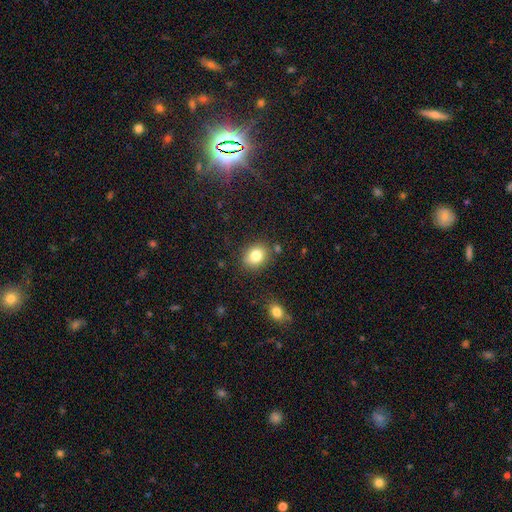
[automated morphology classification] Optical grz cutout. It shows a smooth galaxy with no disk features (81%) that is round (53%). Merging: none (81%).